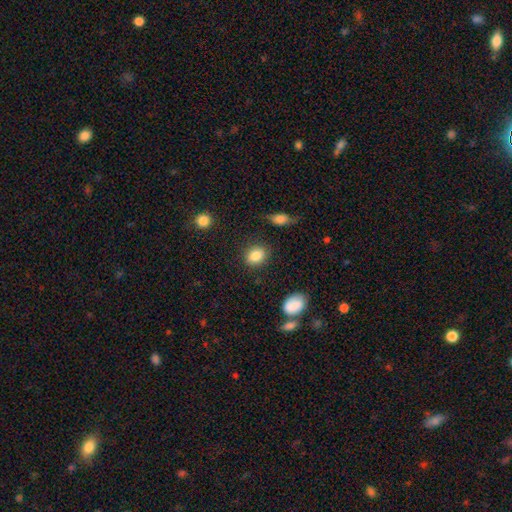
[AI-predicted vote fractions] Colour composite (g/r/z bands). It shows a smooth galaxy with no disk features (85%) that is in between round and cigar-shaped (53%). Merging: none (84%).